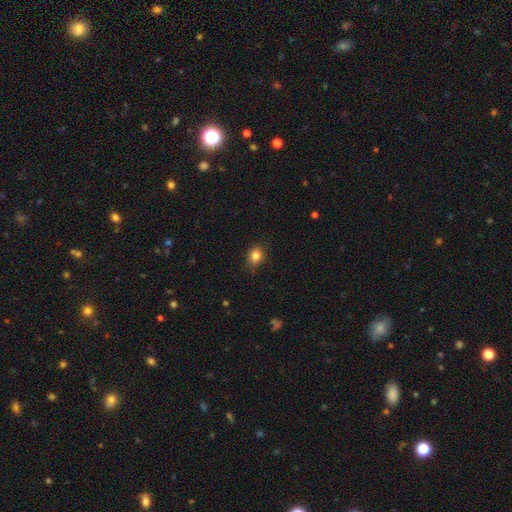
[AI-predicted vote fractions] Q: Smooth or featured?
A: smooth (83%); runner-up: star or artifact (11%)
Q: How rounded?
A: round (57%); runner-up: in between (42%)
Q: Merging?
A: none (80%); runner-up: minor disturbance (16%)